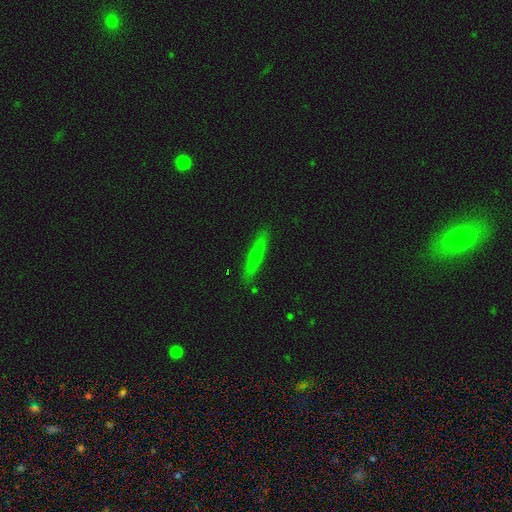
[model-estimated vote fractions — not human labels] Smooth or featured?
  - smooth: 56% *
  - featured or disk: 36%
  - star or artifact: 8%
How rounded?
  - cigar-shaped: 90% *
  - in between: 8%
  - round: 2%
Merging?
  - none: 88% *
  - minor disturbance: 9%
  - major disturbance: 2%
  - merger: 1%